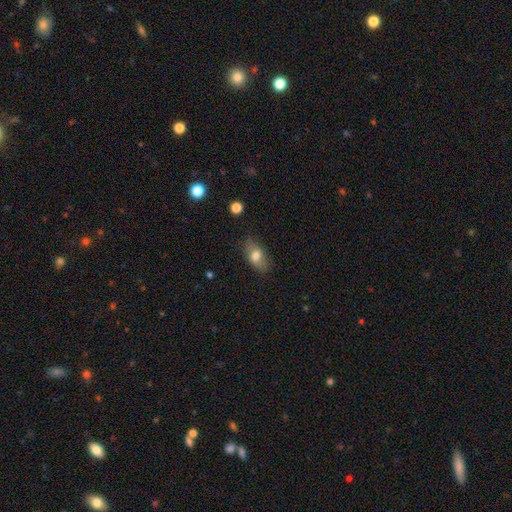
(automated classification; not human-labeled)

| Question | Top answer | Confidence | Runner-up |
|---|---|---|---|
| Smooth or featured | smooth | 72% | featured or disk (20%) |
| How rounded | in between | 87% | round (7%) |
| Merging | none | 76% | minor disturbance (18%) |